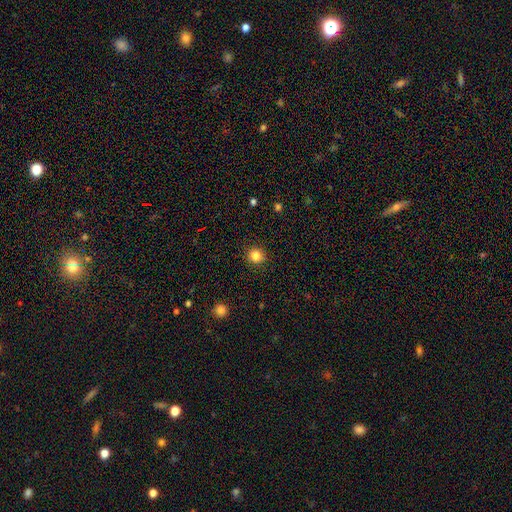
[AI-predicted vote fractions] This appears to be a smooth galaxy with no disk features (83%) that is round (90%). Merging: none (92%).